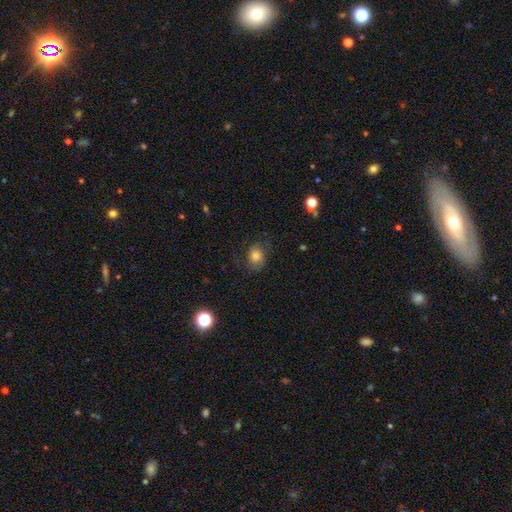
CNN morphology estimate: A smooth galaxy with no disk features (65%) that is round (55%).

Vote fractions:
- Smooth or featured? smooth: 65% / featured or disk: 23% / star or artifact: 12%
- How rounded? round: 55% / in between: 44% / cigar-shaped: 1%
- Merging? none: 66% / minor disturbance: 21% / major disturbance: 12% / merger: 1%